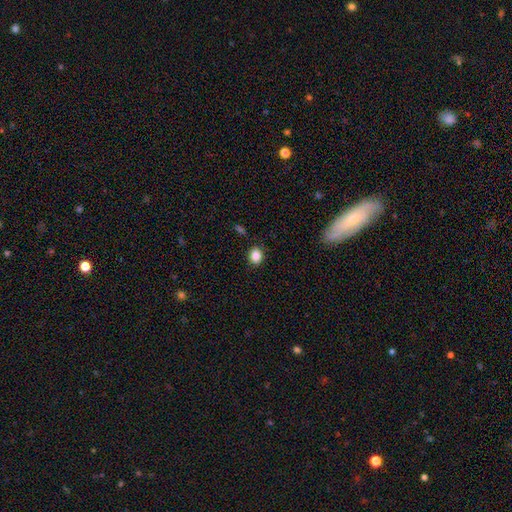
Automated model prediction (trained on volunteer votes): This is clearly a smooth galaxy (86%). How rounded: possibly round (55%). Merging: clearly none (88%).